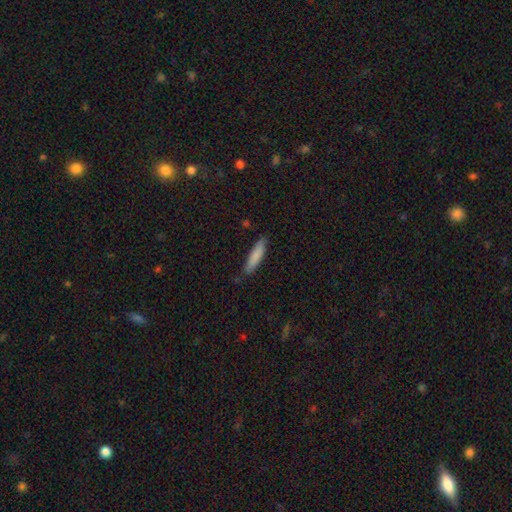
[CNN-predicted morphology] smooth_or_featured: smooth (p=0.83) [alt: featured or disk p=0.11]
how_rounded: cigar-shaped (p=0.76) [alt: in between p=0.22]
merging: none (p=0.80) [alt: minor disturbance p=0.16]